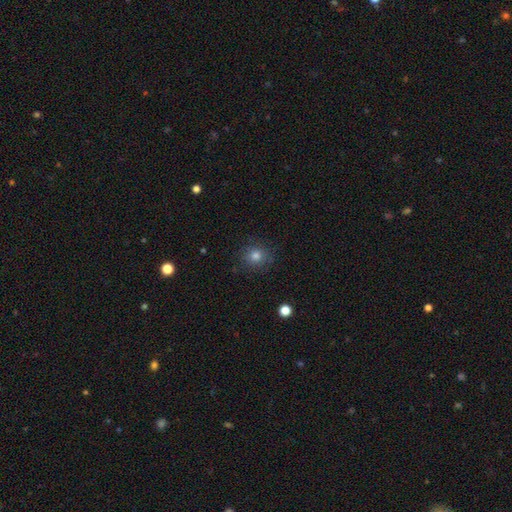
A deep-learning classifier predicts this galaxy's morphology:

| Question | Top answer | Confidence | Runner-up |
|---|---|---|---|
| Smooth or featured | smooth | 78% | star or artifact (15%) |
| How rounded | round | 84% | in between (15%) |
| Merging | none | 86% | minor disturbance (10%) |